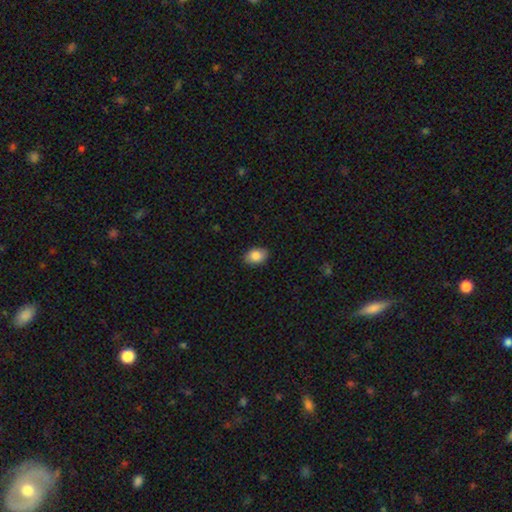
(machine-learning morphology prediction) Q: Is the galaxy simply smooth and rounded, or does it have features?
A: smooth — 86%.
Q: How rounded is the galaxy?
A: in between — 80%.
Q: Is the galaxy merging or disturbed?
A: none — 88%.